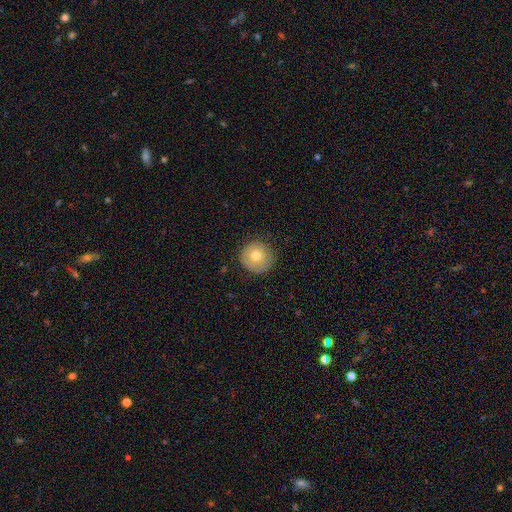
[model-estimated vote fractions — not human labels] A smooth galaxy with no disk features (72%) that is round (95%). Merging: none (83%).